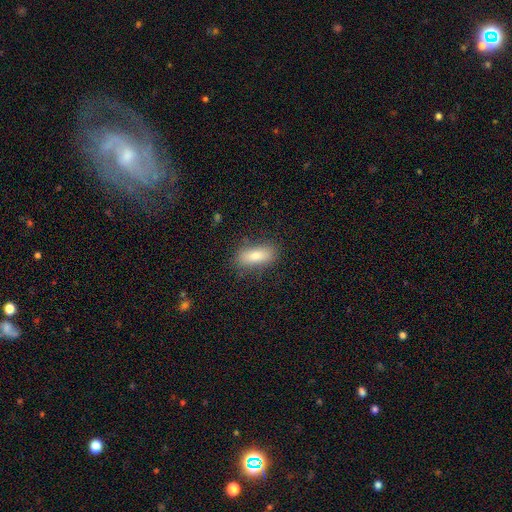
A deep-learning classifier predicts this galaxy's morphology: smooth_or_featured: smooth (p=0.80) [alt: featured or disk p=0.13]
how_rounded: in between (p=0.78) [alt: cigar-shaped p=0.18]
merging: none (p=0.80) [alt: minor disturbance p=0.14]